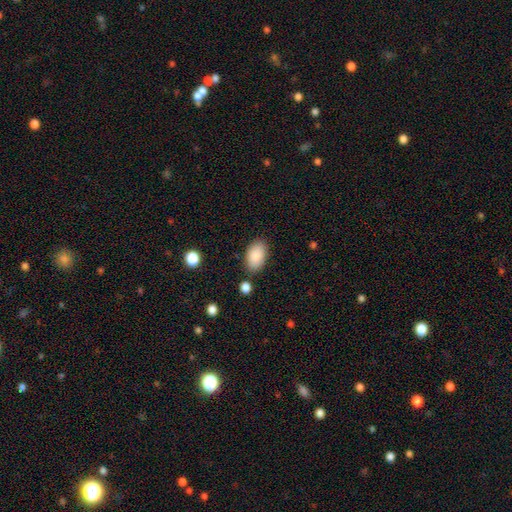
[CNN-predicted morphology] A smooth galaxy with no disk features (89%) that is in between round and cigar-shaped (94%).

Vote fractions:
- Smooth or featured? smooth: 89% / star or artifact: 7% / featured or disk: 5%
- How rounded? in between: 94% / round: 5% / cigar-shaped: 1%
- Merging? none: 81% / minor disturbance: 12% / merger: 3% / major disturbance: 3%